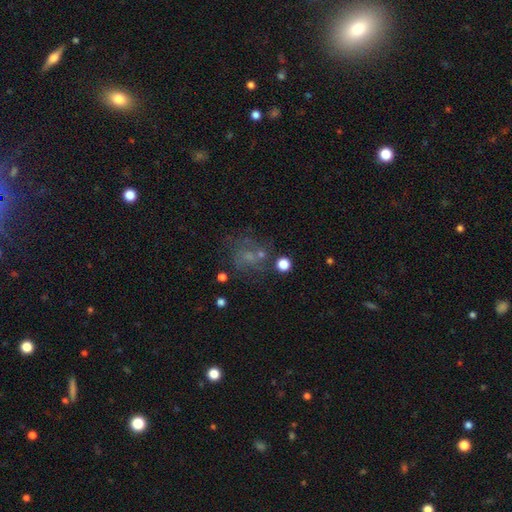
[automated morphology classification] Smooth or featured? featured or disk (38%)
Merging? none (51%)